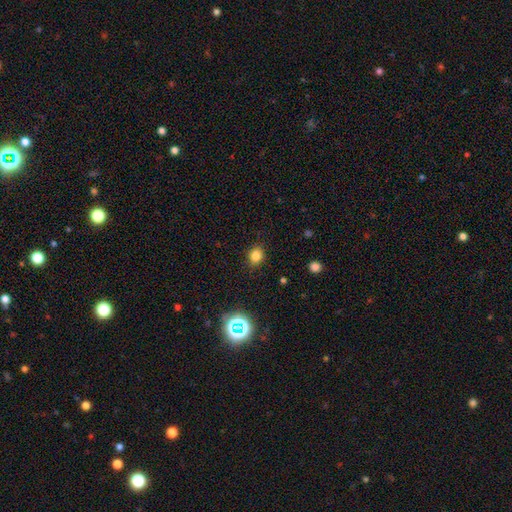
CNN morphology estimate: type=smooth (80%); roundness=round (65%); merging=none (87%).